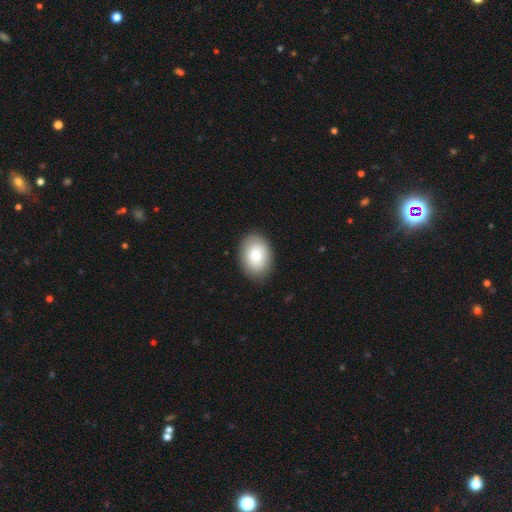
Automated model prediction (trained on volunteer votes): Smooth or featured?
  - smooth: 80% *
  - featured or disk: 13%
  - star or artifact: 7%
How rounded?
  - in between: 76% *
  - round: 23%
  - cigar-shaped: 1%
Merging?
  - none: 87% *
  - minor disturbance: 9%
  - major disturbance: 2%
  - merger: 1%